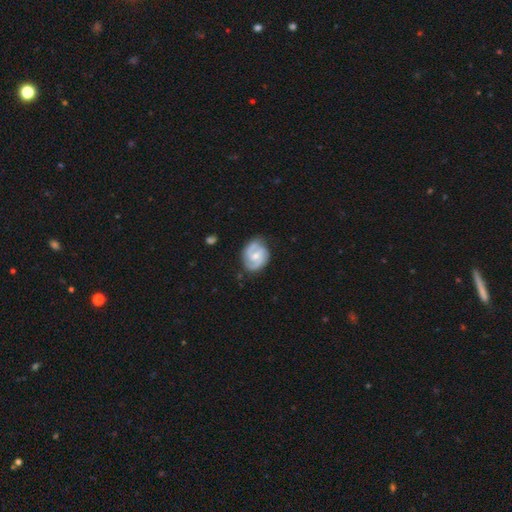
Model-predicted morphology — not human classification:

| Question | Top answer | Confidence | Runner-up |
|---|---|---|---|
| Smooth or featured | featured or disk | 84% | smooth (12%) |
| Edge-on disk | no | 98% | yes (2%) |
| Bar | weak | 46% | no (42%) |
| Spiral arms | yes | 96% | no (4%) |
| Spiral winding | medium | 46% | tight (44%) |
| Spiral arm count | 2 | 77% | 3 (12%) |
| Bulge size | moderate | 49% | small (46%) |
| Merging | none | 74% | minor disturbance (19%) |